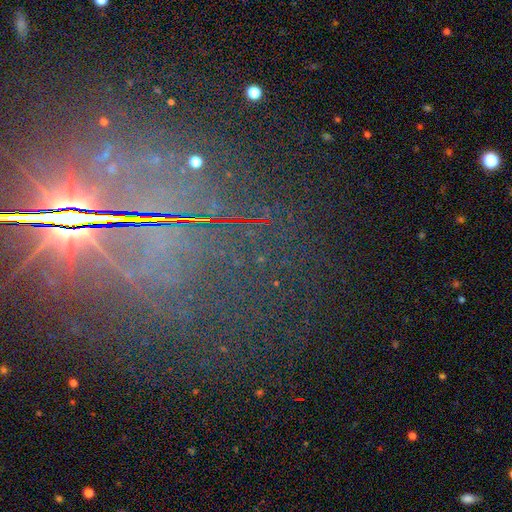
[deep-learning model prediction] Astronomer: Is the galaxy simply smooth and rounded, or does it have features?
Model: star or artifact — 75%.